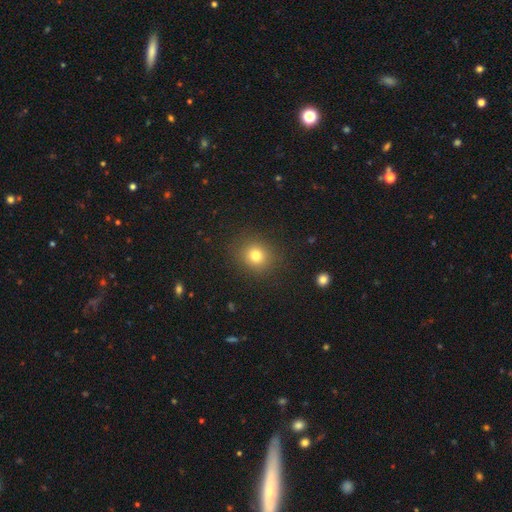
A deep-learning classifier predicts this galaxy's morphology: Smooth or featured? smooth (77%)
How rounded? round (81%)
Merging? none (88%)